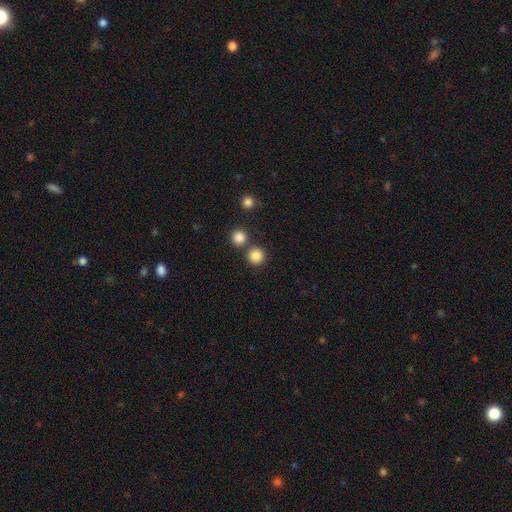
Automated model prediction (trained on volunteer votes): This appears to be a smooth galaxy with no disk features (84%) that is round (95%). Merging: none (78%).